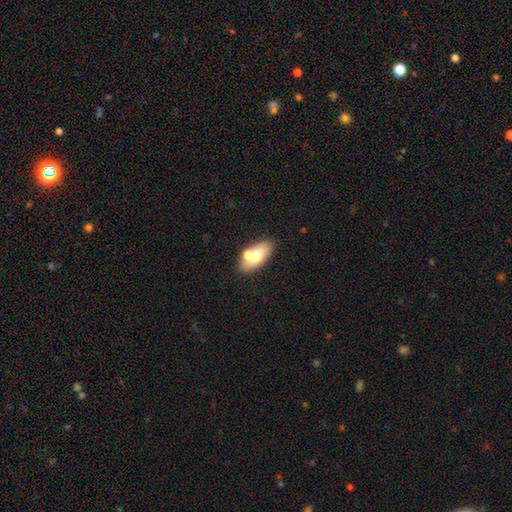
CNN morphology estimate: Overall: smooth (65%; featured or disk 28%). How rounded: in between (89%). Merging: none (61%; merger 24%).